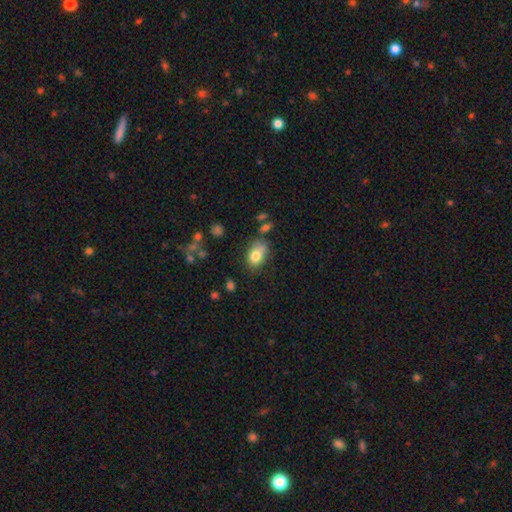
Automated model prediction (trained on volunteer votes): smooth-or-featured: smooth: 79% | featured or disk: 12% | star or artifact: 9%
  how-rounded: in between: 81% | round: 17% | cigar-shaped: 2%
  merging: none: 52% | minor disturbance: 28% | merger: 10% | major disturbance: 10%